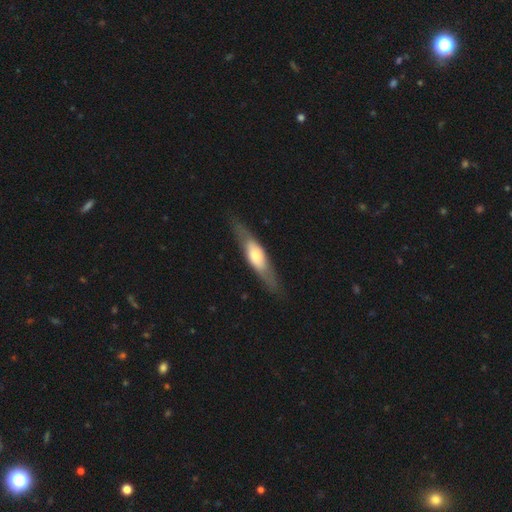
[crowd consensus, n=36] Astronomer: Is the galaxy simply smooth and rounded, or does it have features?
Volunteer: featured or disk — 58% (runner-up: smooth, 39%).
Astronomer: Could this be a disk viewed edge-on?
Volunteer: yes — 86%.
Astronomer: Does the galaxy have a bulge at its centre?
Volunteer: rounded — 78%.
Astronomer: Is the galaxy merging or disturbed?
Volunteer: none — 74%.